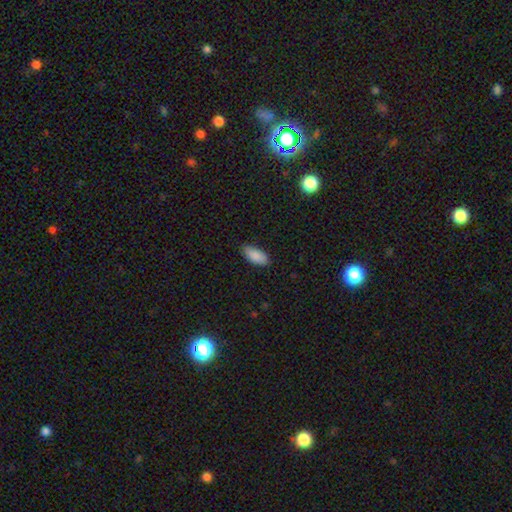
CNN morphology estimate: This is clearly a smooth galaxy (88%). How rounded: clearly in between (89%). Merging: clearly none (83%).